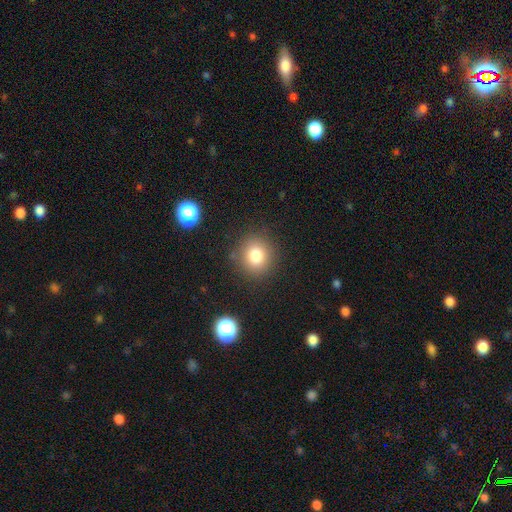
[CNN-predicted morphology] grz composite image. It shows a smooth galaxy with no disk features (79%) that is round (87%). Merging: none (86%).